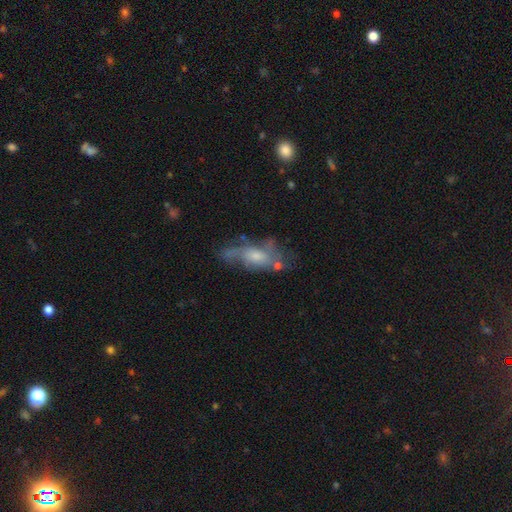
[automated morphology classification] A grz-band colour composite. It shows a featured or disk galaxy (60%). Merging: none (45%).